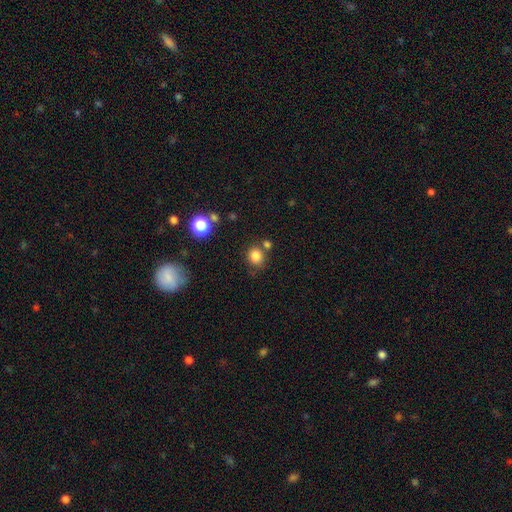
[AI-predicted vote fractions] Morphology: type=smooth (82%); roundness=round (79%); merging=none (70%).